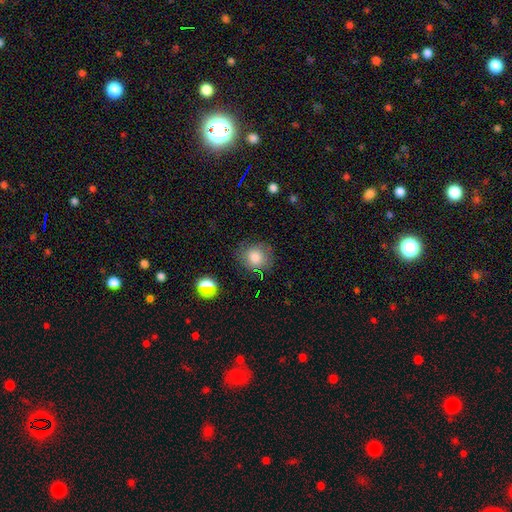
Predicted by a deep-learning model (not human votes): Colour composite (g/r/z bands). It shows a smooth galaxy with no disk features (78%) that is round (81%). Merging: none (78%).